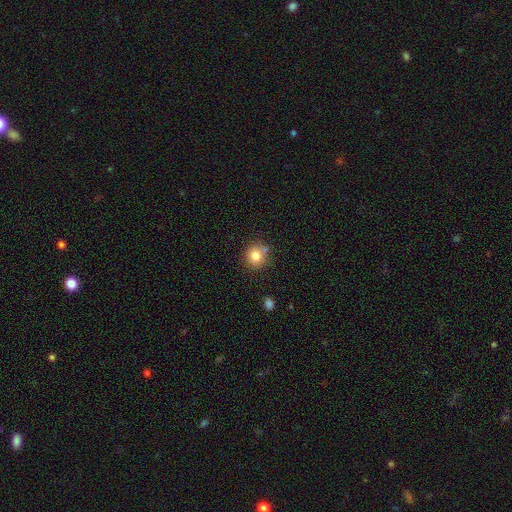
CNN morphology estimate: Q: Smooth or featured?
A: smooth (81%); runner-up: star or artifact (11%)
Q: How rounded?
A: round (88%); runner-up: in between (11%)
Q: Merging?
A: none (72%); runner-up: minor disturbance (13%)